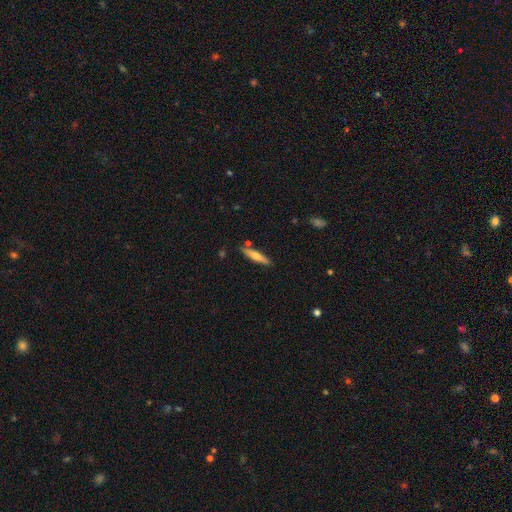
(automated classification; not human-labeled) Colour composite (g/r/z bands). It shows a smooth galaxy with no disk features (53%) that is cigar-shaped (86%). Merging: none (85%).